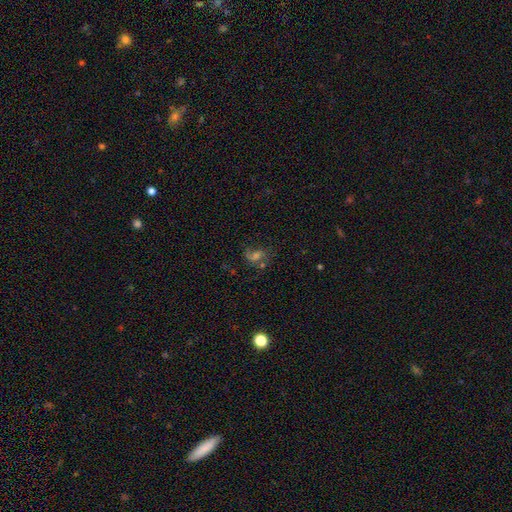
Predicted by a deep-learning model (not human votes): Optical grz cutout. It shows a featured or disk galaxy (47%). Merging: none (52%).